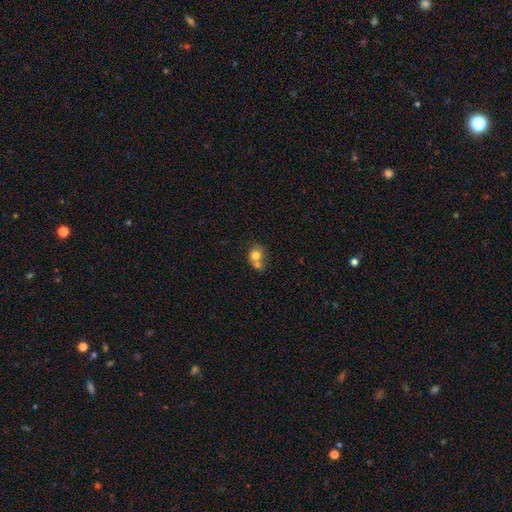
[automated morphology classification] type=smooth (75%); roundness=round (74%); merging=merger (55%).